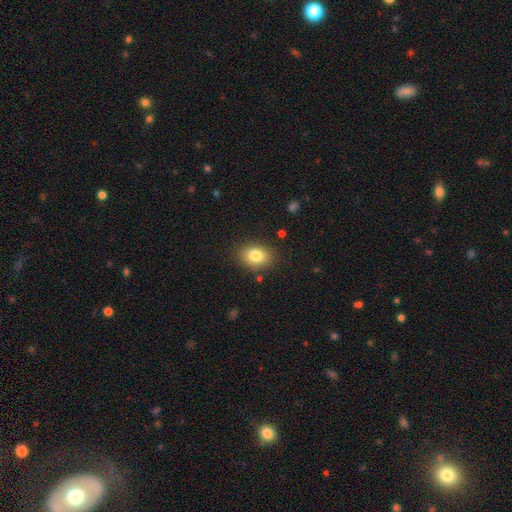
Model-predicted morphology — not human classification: smooth_or_featured: smooth (p=0.82) [alt: star or artifact p=0.09]
how_rounded: in between (p=0.66) [alt: round p=0.33]
merging: none (p=0.85) [alt: minor disturbance p=0.11]